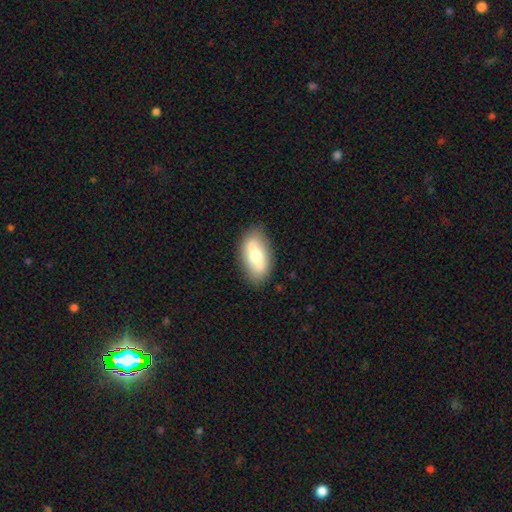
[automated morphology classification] This appears to be a smooth galaxy with no disk features (58%) that is in between round and cigar-shaped (90%). Merging: none (83%).